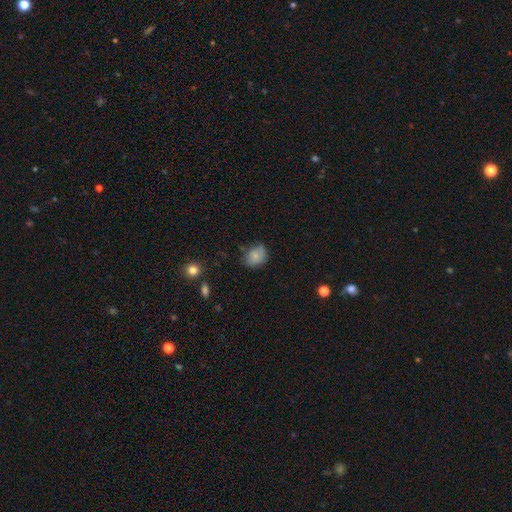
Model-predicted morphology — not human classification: smooth 79%, featured or disk 11%, star or artifact 9%. Down the decision tree: how rounded — in between (57%); merging — none (56%).